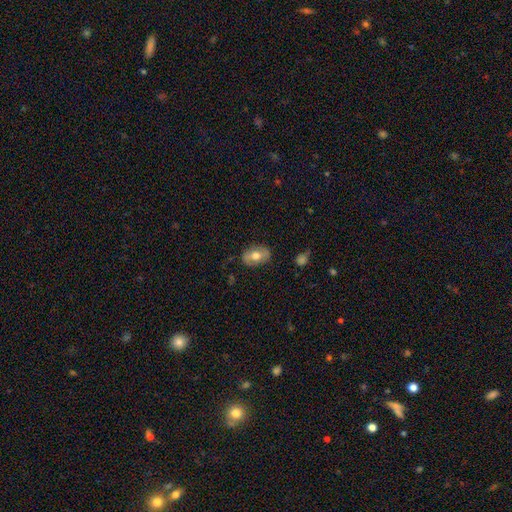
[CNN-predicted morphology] A smooth galaxy with no disk features (54%) that is in between round and cigar-shaped (83%). Merging: none (80%).